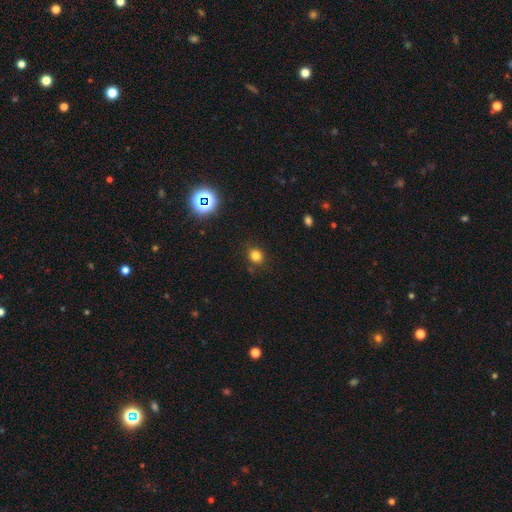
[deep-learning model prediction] Overall: smooth (79%). How rounded: round (75%). Merging: none (85%).